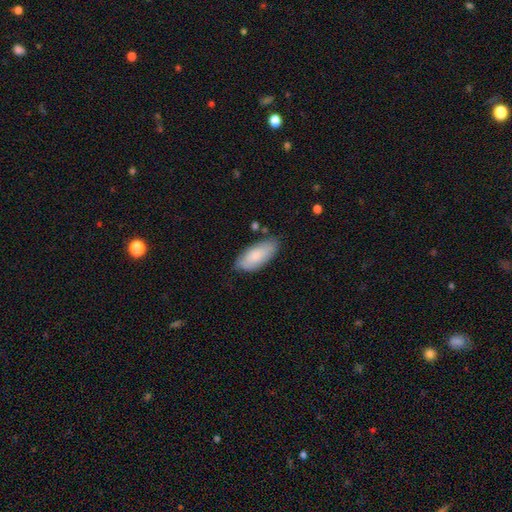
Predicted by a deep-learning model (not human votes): Smooth or featured? Predicted: smooth (p=0.81). How rounded? Predicted: in between (p=0.87). Merging? Predicted: none (p=0.71).